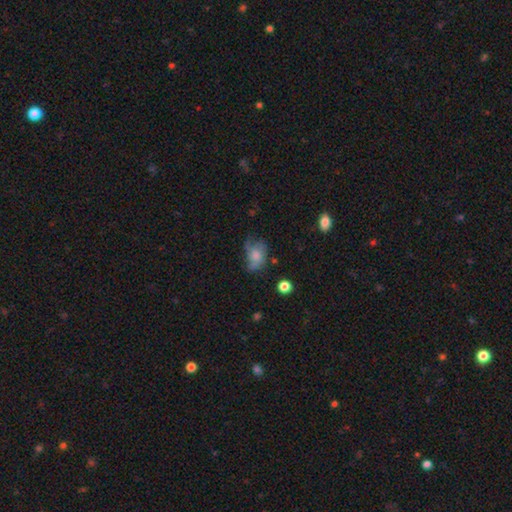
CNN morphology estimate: A smooth galaxy with no disk features (53%) that is in between round and cigar-shaped (74%).

Vote fractions:
- Smooth or featured? smooth: 53% / featured or disk: 36% / star or artifact: 10%
- How rounded? in between: 74% / round: 25% / cigar-shaped: 2%
- Merging? none: 41% / minor disturbance: 30% / major disturbance: 26% / merger: 3%